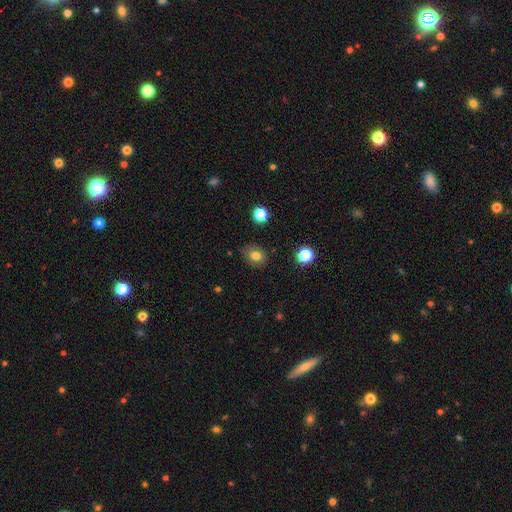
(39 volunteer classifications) Volunteers were most divided on "how rounded": round: 60%, in between: 40%, cigar-shaped: 0%. More confident: smooth or featured — smooth (90%); merging — none (68%).